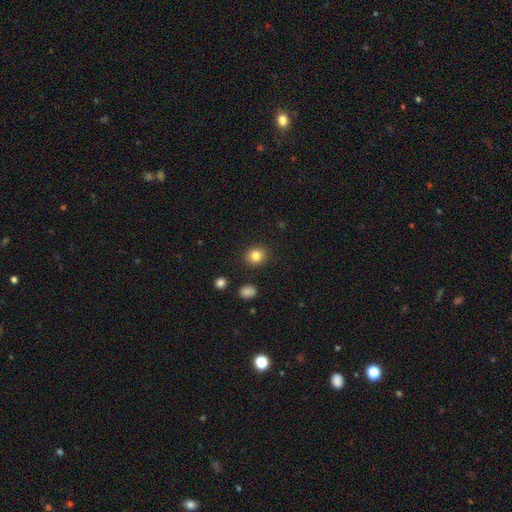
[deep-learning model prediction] smooth_or_featured: smooth (p=0.83) [alt: star or artifact p=0.11]
how_rounded: round (p=0.83) [alt: in between p=0.16]
merging: none (p=0.90) [alt: minor disturbance p=0.06]